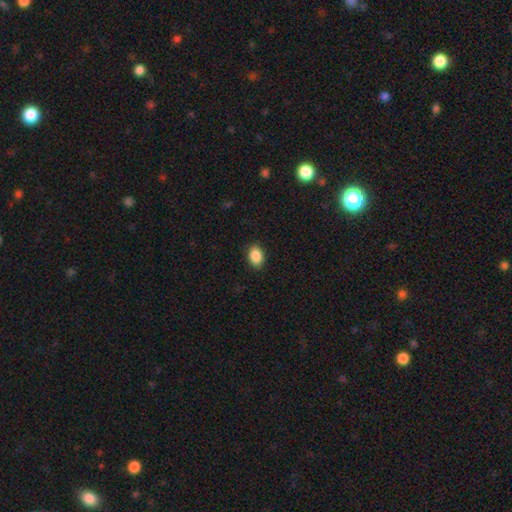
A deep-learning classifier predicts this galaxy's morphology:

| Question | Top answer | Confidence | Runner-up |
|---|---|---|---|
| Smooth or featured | smooth | 88% | star or artifact (8%) |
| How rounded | in between | 81% | round (18%) |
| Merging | none | 89% | minor disturbance (8%) |